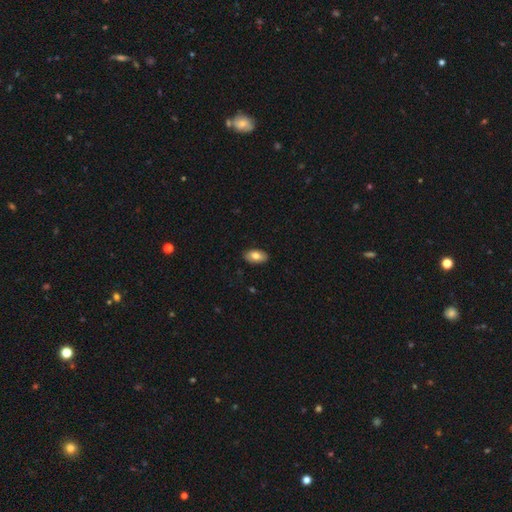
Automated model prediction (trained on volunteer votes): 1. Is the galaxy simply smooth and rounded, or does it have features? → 78% smooth, 15% featured or disk, 6% star or artifact.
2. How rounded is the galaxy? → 94% in between, 4% round, 2% cigar-shaped.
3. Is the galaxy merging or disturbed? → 88% none, 9% minor disturbance, 2% major disturbance, 1% merger.